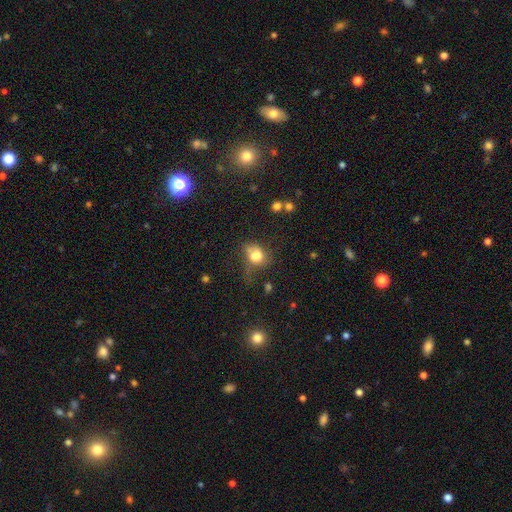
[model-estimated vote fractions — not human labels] Smooth or featured? Predicted: smooth (p=0.73). How rounded? Predicted: in between (p=0.51). Merging? Predicted: none (p=0.35).